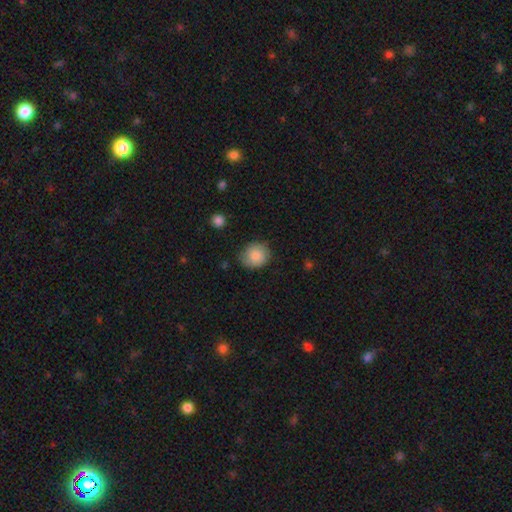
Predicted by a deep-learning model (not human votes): Overall: smooth (80%). How rounded: round (77%). Merging: none (71%).